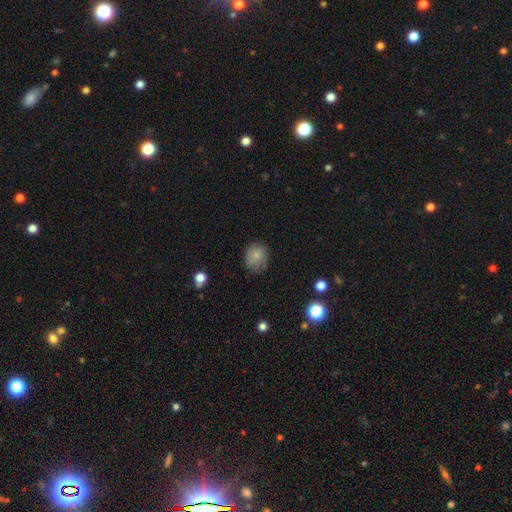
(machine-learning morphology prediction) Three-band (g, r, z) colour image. It shows a smooth galaxy with no disk features (76%) that is round (67%). Merging: none (70%).